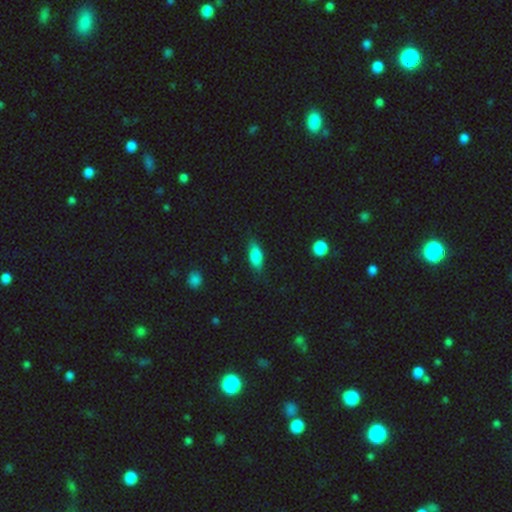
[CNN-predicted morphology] Smooth or featured? Predicted: smooth (p=0.79). How rounded? Predicted: in between (p=0.79). Merging? Predicted: none (p=0.79).